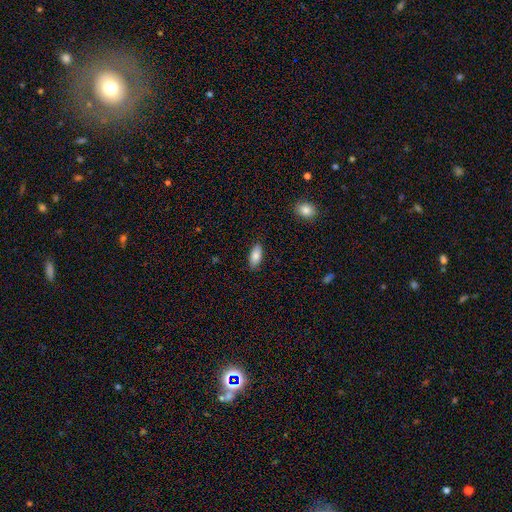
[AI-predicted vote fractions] This is clearly a smooth galaxy (84%). How rounded: clearly in between (87%). Merging: clearly none (87%).